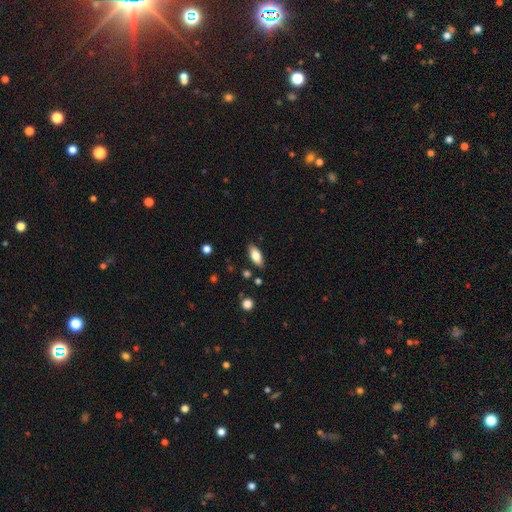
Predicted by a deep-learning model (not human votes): Overall: smooth (77%). How rounded: in between (85%). Merging: none (85%).